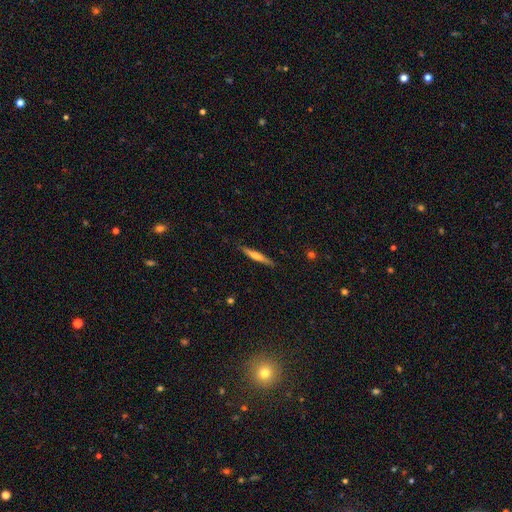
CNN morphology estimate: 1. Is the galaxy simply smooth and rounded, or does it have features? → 49% smooth, 45% featured or disk, 6% star or artifact.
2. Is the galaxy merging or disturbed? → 87% none, 10% minor disturbance, 2% major disturbance, 1% merger.